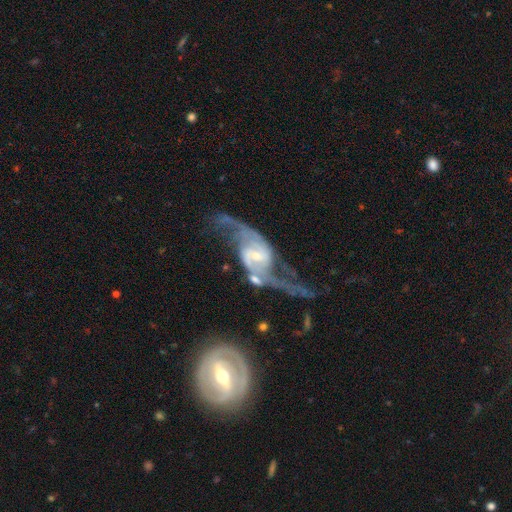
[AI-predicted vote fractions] Smooth or featured?
  - featured or disk: 91% *
  - star or artifact: 5%
  - smooth: 4%
Edge-on disk?
  - no: 96% *
  - yes: 4%
Bar?
  - weak: 51% *
  - strong: 26%
  - no: 23%
Spiral arms?
  - yes: 97% *
  - no: 3%
Spiral winding?
  - loose: 68% *
  - medium: 25%
  - tight: 7%
Spiral arm count?
  - 2: 93% *
  - can't tell: 2%
  - 1: 1%
  - 3: 1%
  - 4: 1%
  - more than 4: 1%
Bulge size?
  - small: 53% *
  - moderate: 36%
  - none: 6%
  - large: 4%
  - dominant: 1%
Merging?
  - none: 49% *
  - major disturbance: 22%
  - minor disturbance: 16%
  - merger: 12%